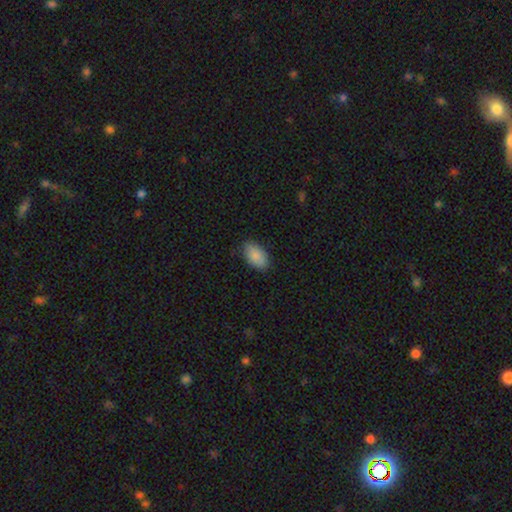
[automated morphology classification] A smooth galaxy with no disk features (87%) that is in between round and cigar-shaped (93%). Merging: none (83%).